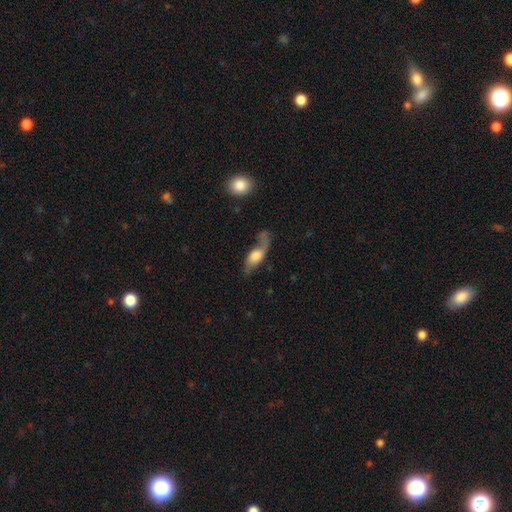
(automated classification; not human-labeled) A featured or disk galaxy (52%).

Vote fractions:
- Smooth or featured? featured or disk: 52% / smooth: 40% / star or artifact: 8%
- Edge-on disk? no: 75% / yes: 25%
- Merging? none: 36% / major disturbance: 30% / minor disturbance: 24% / merger: 9%